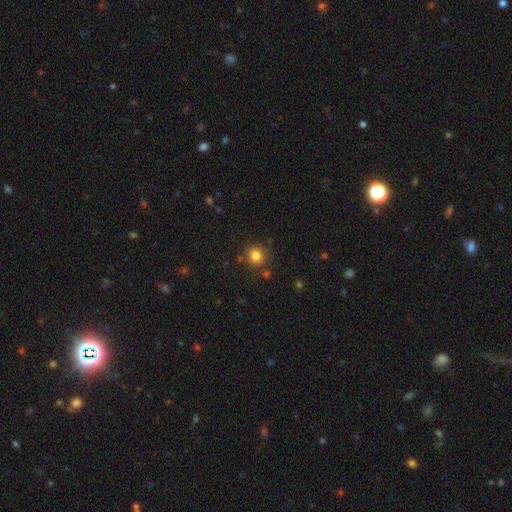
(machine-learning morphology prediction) A smooth galaxy with no disk features (81%) that is round (90%). Merging: none (83%).